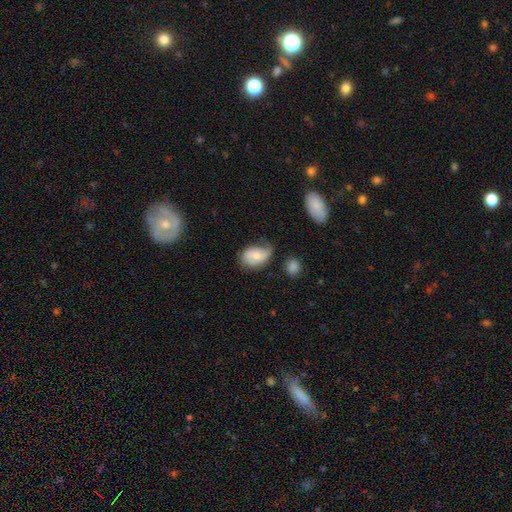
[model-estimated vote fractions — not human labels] The model was most divided on "smooth or featured": smooth: 50%, featured or disk: 42%, star or artifact: 8%. Remaining: how rounded — in between (82%); merging — none (48%).